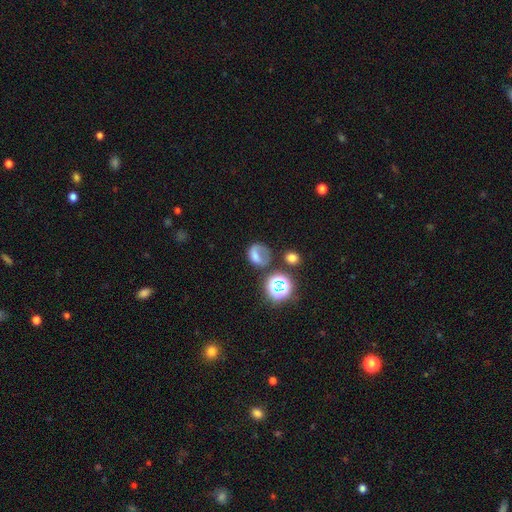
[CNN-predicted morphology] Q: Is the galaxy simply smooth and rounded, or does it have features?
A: smooth — 55%.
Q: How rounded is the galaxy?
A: round — 56%.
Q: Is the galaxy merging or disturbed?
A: none — 43%.